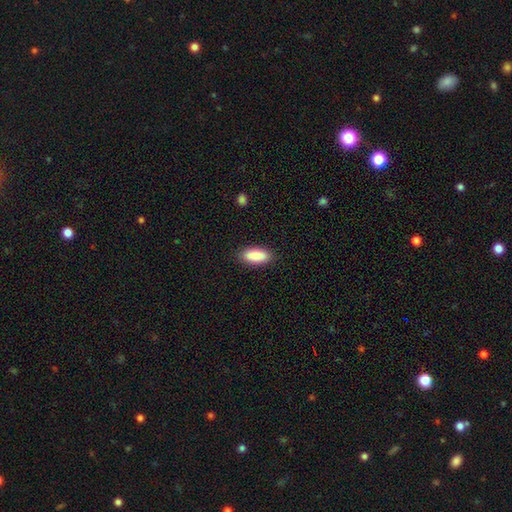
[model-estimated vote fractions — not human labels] Smooth or featured? Predicted: smooth (p=0.90). How rounded? Predicted: in between (p=0.85). Merging? Predicted: none (p=0.89).